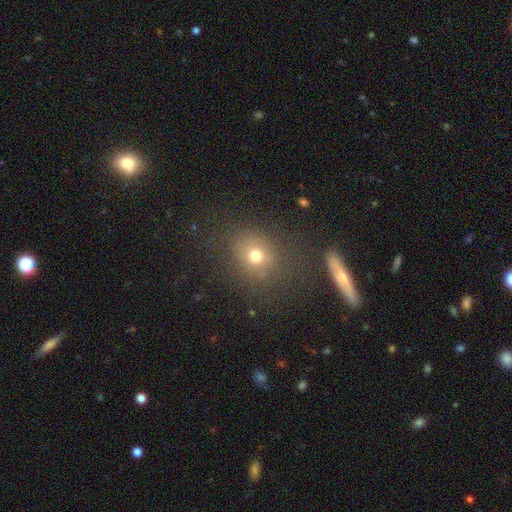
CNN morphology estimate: Smooth or featured?
  - smooth: 71% *
  - star or artifact: 18%
  - featured or disk: 10%
How rounded?
  - round: 67% *
  - in between: 32%
  - cigar-shaped: 1%
Merging?
  - none: 73% *
  - minor disturbance: 13%
  - major disturbance: 8%
  - merger: 6%